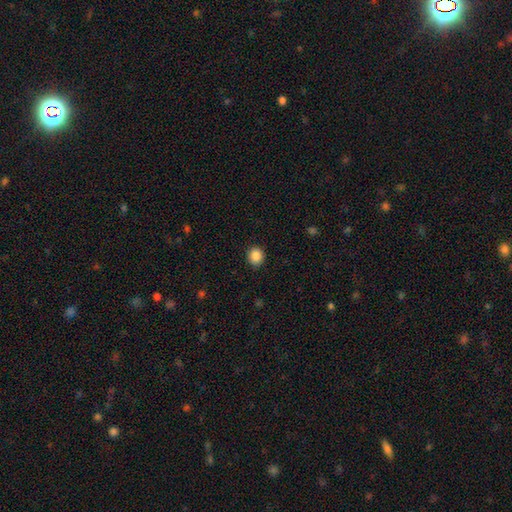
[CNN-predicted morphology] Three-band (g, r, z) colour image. It shows a smooth galaxy with no disk features (87%) that is round (75%). Merging: none (89%).